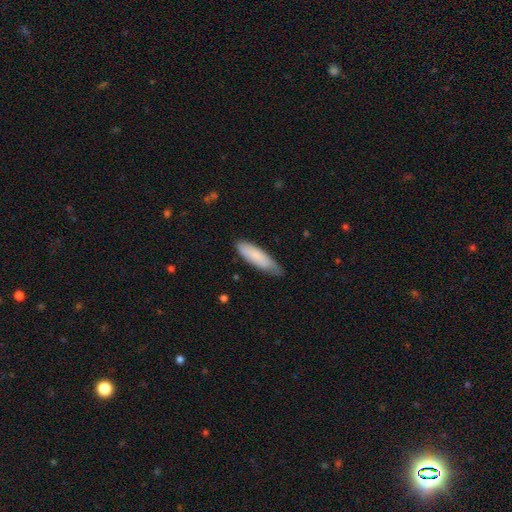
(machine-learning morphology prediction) Q: Smooth or featured?
A: smooth (82%); runner-up: featured or disk (12%)
Q: How rounded?
A: cigar-shaped (59%); runner-up: in between (40%)
Q: Merging?
A: none (67%); runner-up: minor disturbance (28%)